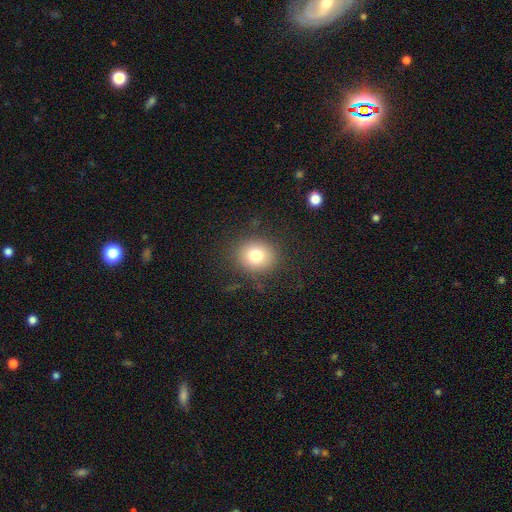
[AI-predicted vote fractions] Smooth or featured? Predicted: smooth (p=0.77). How rounded? Predicted: round (p=0.77). Merging? Predicted: none (p=0.85).